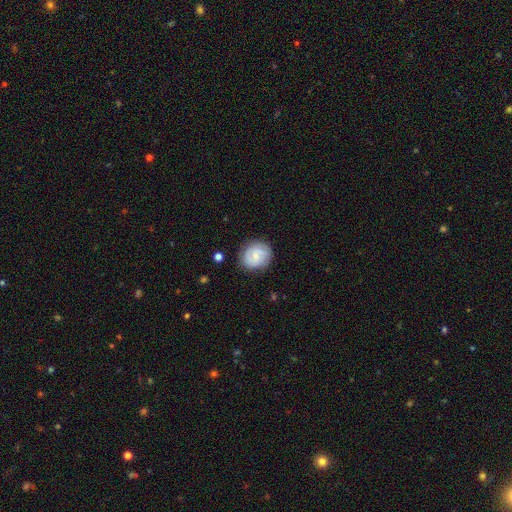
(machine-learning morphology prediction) Q: Smooth or featured?
A: smooth (52%); runner-up: featured or disk (40%)
Q: How rounded?
A: round (78%); runner-up: in between (21%)
Q: Merging?
A: none (82%); runner-up: minor disturbance (13%)